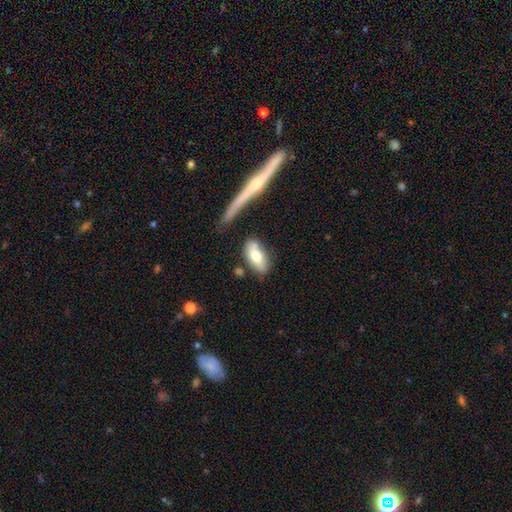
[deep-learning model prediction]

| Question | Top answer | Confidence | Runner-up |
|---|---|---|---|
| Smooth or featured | smooth | 71% | featured or disk (22%) |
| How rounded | in between | 86% | cigar-shaped (10%) |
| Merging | none | 64% | minor disturbance (17%) |